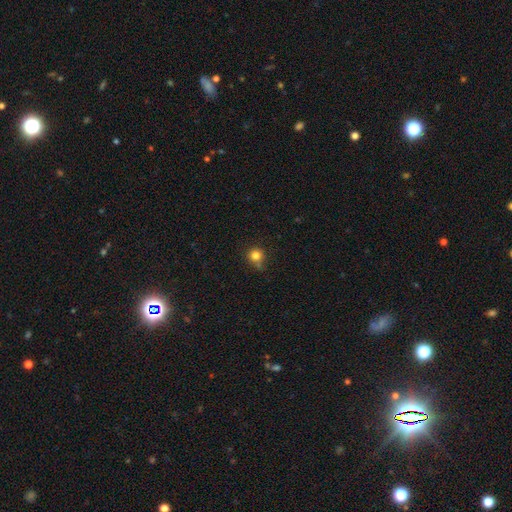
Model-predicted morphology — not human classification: This appears to be a smooth galaxy with no disk features (81%) that is round (92%). Merging: none (68%).